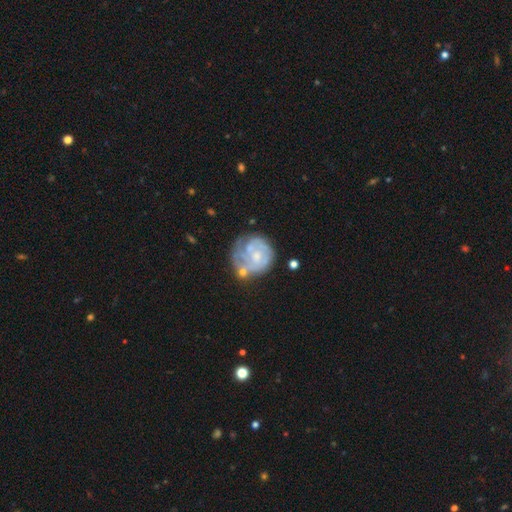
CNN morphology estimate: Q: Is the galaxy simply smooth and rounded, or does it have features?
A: featured or disk — 72%.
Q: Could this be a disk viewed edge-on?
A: no — 98%.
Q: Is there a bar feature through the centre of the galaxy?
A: no — 72%.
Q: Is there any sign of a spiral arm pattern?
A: yes — 77%.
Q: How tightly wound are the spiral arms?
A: tight — 65%.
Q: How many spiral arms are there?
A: can't tell — 44%.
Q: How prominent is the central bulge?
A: small — 43%.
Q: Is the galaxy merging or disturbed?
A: none — 53%.